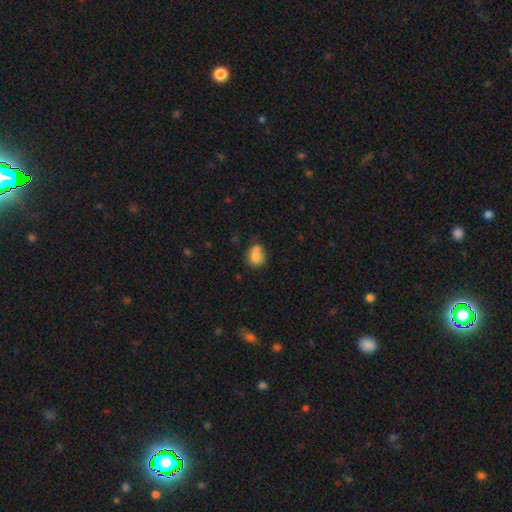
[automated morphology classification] A smooth galaxy with no disk features (80%) that is round (62%).

Vote fractions:
- Smooth or featured? smooth: 80% / featured or disk: 11% / star or artifact: 10%
- How rounded? round: 62% / in between: 37% / cigar-shaped: 1%
- Merging? none: 50% / minor disturbance: 23% / merger: 20% / major disturbance: 7%